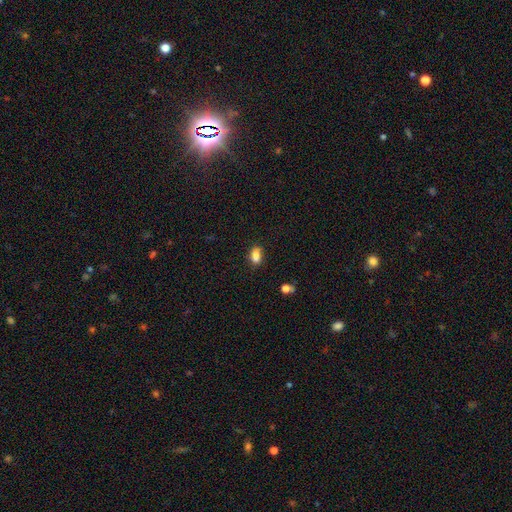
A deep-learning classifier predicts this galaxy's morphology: smooth_or_featured: smooth (p=0.83) [alt: star or artifact p=0.11]
how_rounded: in between (p=0.81) [alt: round p=0.14]
merging: none (p=0.66) [alt: minor disturbance p=0.18]